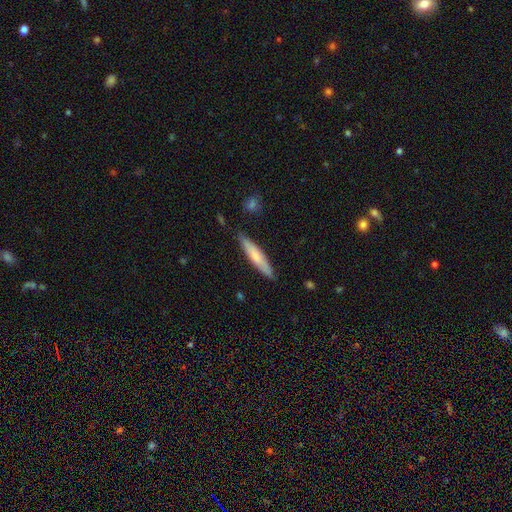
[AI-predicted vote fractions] Smooth or featured: smooth — 69% (featured or disk — 26%)
How rounded: cigar-shaped — 88% (in between — 11%)
Merging: none — 85% (minor disturbance — 11%)